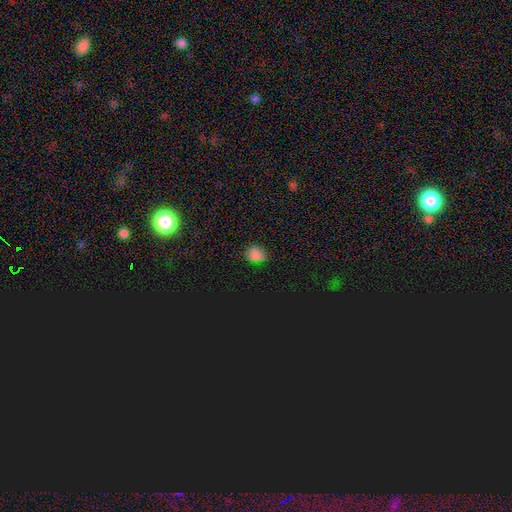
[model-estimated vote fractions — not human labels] smooth 59%, star or artifact 35%, featured or disk 5%. Down the decision tree: how rounded — round (52%); merging — none (83%).